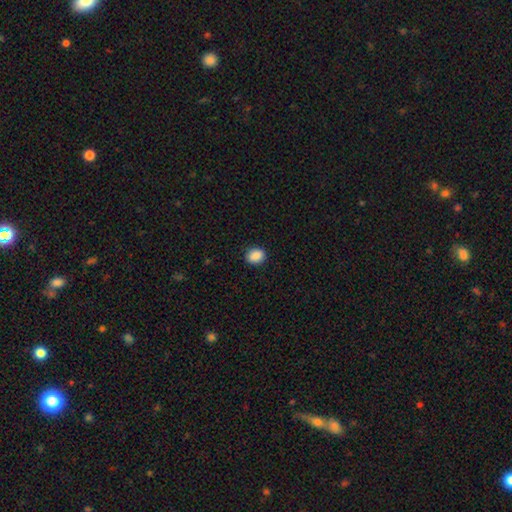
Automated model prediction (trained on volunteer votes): smooth 89%, star or artifact 8%, featured or disk 3%. Down the decision tree: how rounded — round (54%); merging — none (89%).